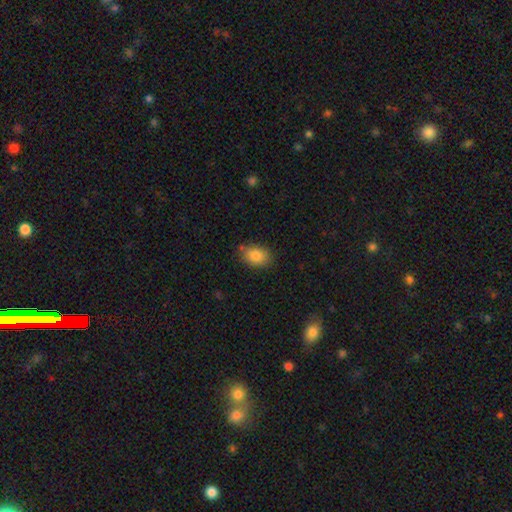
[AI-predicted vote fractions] Smooth or featured: smooth — 85% (star or artifact — 8%)
How rounded: in between — 79% (round — 20%)
Merging: none — 79% (minor disturbance — 15%)